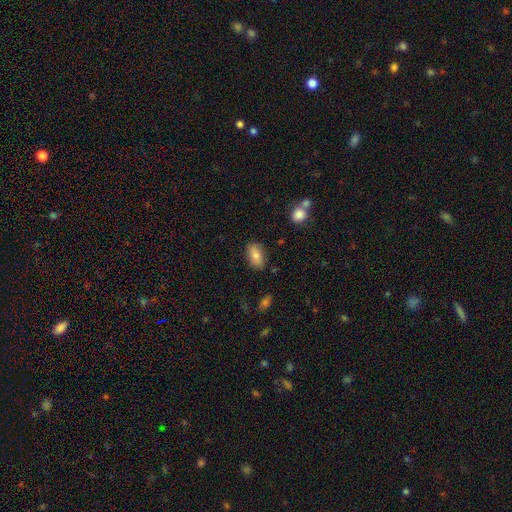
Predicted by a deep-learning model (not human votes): This is clearly a smooth galaxy (81%). How rounded: clearly in between (91%). Merging: clearly none (83%).